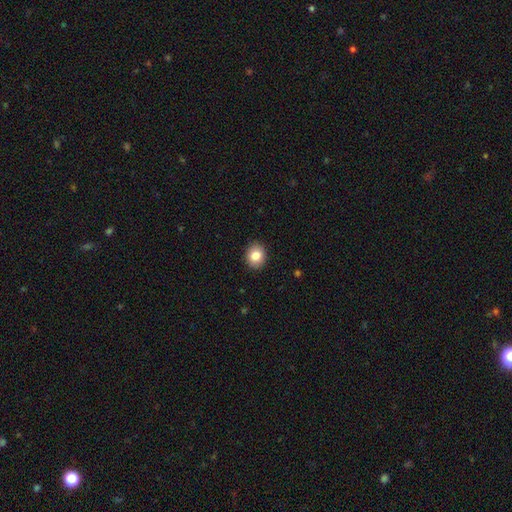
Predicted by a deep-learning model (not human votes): smooth 84%, star or artifact 9%, featured or disk 7%. Down the decision tree: how rounded — round (64%); merging — none (91%).